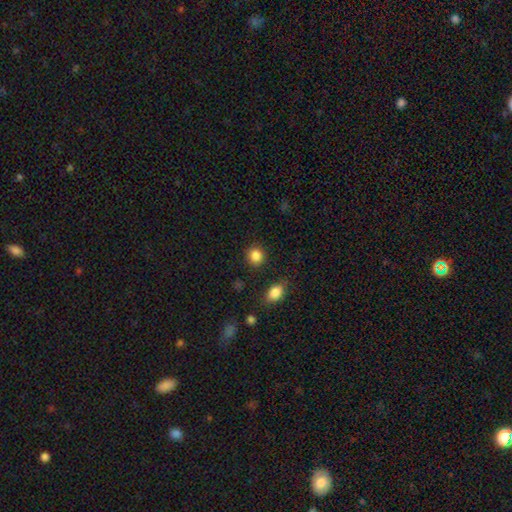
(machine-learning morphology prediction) A smooth galaxy with no disk features (87%) that is round (83%). Merging: none (89%).